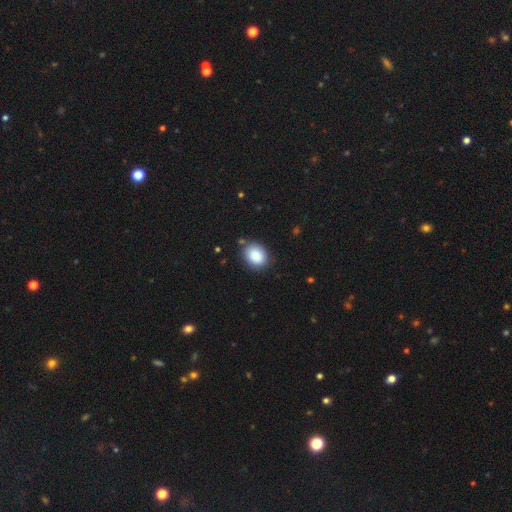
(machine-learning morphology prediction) Smooth or featured: smooth — 88% (star or artifact — 8%)
How rounded: in between — 54% (round — 45%)
Merging: none — 83% (minor disturbance — 11%)